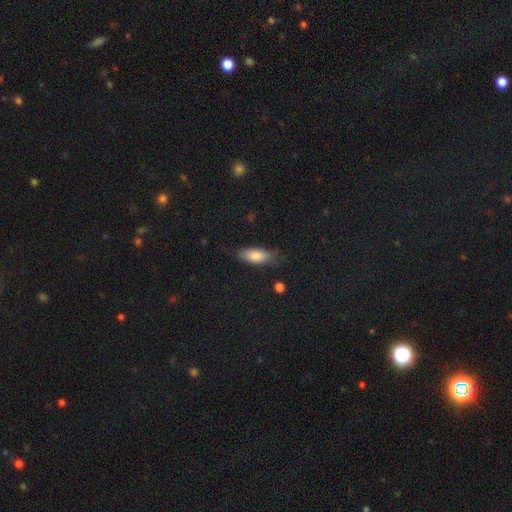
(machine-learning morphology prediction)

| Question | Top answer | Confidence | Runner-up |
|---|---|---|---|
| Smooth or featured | smooth | 79% | featured or disk (14%) |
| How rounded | in between | 76% | cigar-shaped (21%) |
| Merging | none | 70% | minor disturbance (23%) |